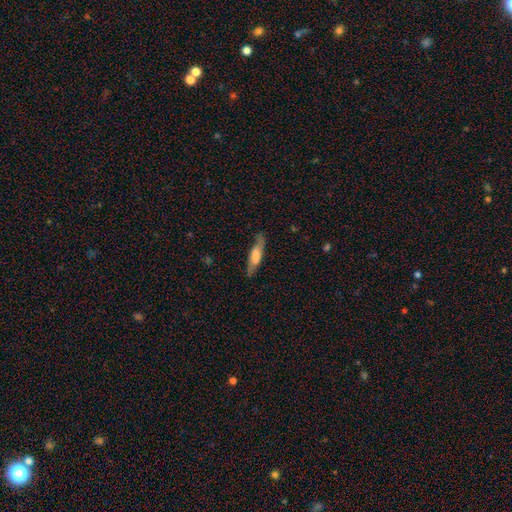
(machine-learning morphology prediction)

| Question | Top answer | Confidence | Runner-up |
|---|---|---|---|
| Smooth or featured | smooth | 57% | featured or disk (37%) |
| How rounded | cigar-shaped | 71% | in between (28%) |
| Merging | none | 78% | minor disturbance (16%) |